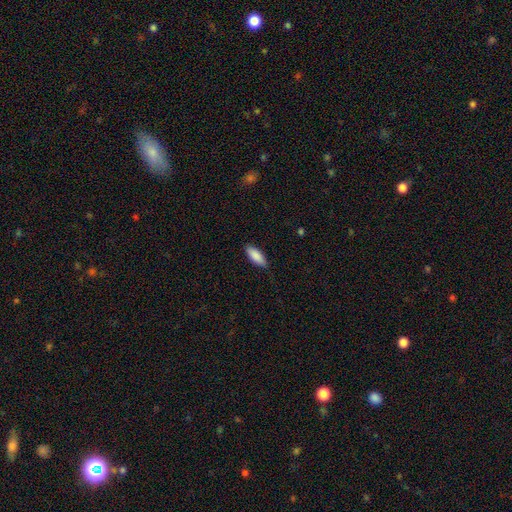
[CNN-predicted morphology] Smooth or featured?
  - smooth: 88% *
  - featured or disk: 6%
  - star or artifact: 6%
How rounded?
  - in between: 74% *
  - cigar-shaped: 24%
  - round: 2%
Merging?
  - none: 85% *
  - minor disturbance: 12%
  - major disturbance: 2%
  - merger: 1%